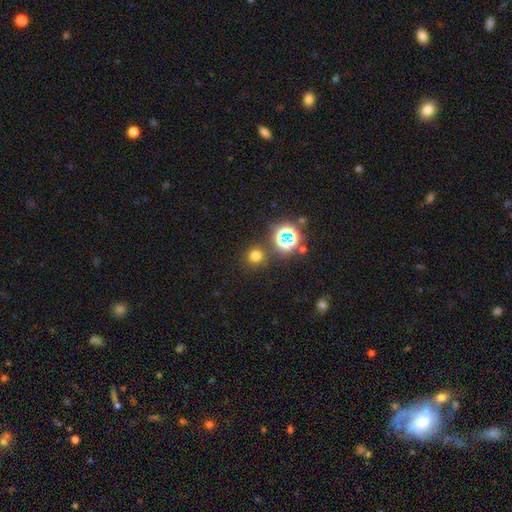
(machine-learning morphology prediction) This is likely a smooth galaxy (69%). How rounded: clearly round (93%). Merging: clearly none (85%).